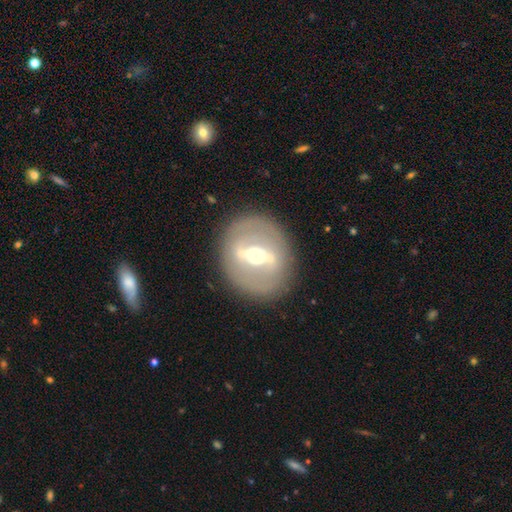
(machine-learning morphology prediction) The model was most divided on "spiral arms": no: 69%, yes: 31%. More confident: merging — none (86%); edge-on disk — no (83%); smooth or featured — featured or disk (77%); bar — strong (72%); bulge size — moderate (70%).